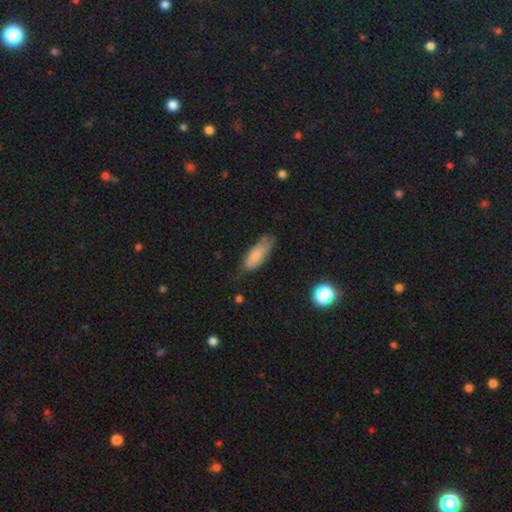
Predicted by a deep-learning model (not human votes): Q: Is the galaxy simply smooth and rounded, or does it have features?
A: smooth — 76%.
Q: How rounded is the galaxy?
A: in between — 70%.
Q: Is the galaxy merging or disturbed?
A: none — 56%.